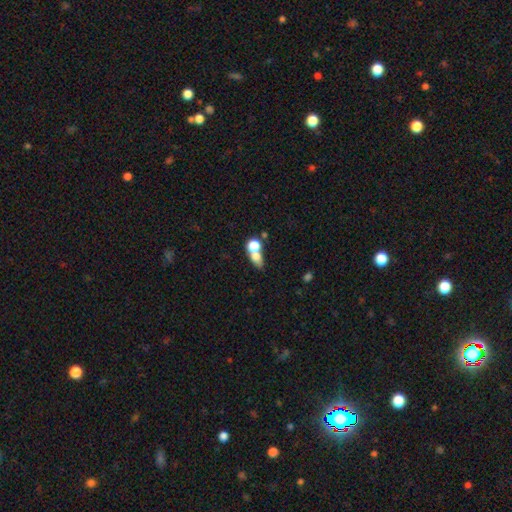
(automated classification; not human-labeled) A smooth galaxy with no disk features (70%) that is in between round and cigar-shaped (52%).

Vote fractions:
- Smooth or featured? smooth: 70% / featured or disk: 18% / star or artifact: 13%
- How rounded? in between: 52% / round: 42% / cigar-shaped: 6%
- Merging? merger: 56% / none: 29% / minor disturbance: 8% / major disturbance: 6%